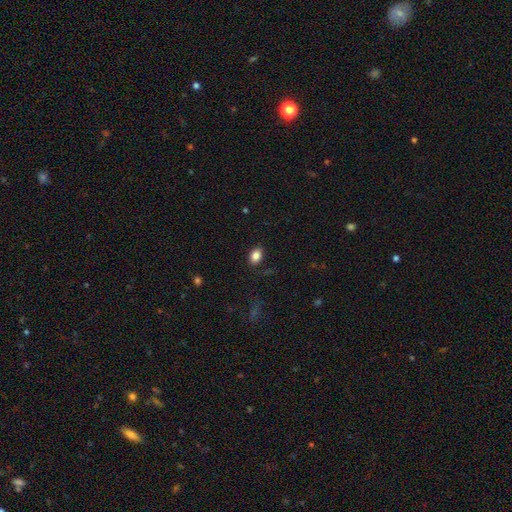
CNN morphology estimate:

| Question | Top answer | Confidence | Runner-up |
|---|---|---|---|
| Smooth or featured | smooth | 85% | star or artifact (9%) |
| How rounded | in between | 79% | round (20%) |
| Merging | none | 85% | minor disturbance (11%) |